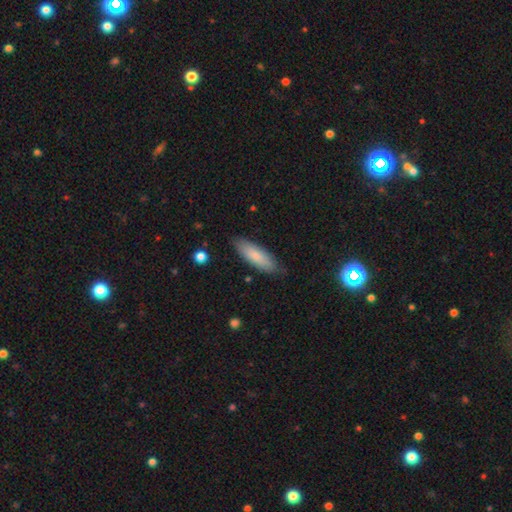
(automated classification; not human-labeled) Morphology: type=smooth (81%); roundness=in between (50%); merging=none (83%).